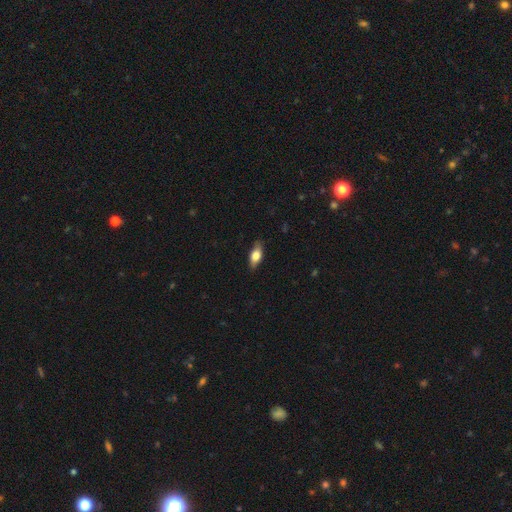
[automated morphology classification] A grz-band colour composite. It shows a smooth galaxy with no disk features (67%) that is in between round and cigar-shaped (79%). Merging: none (84%).